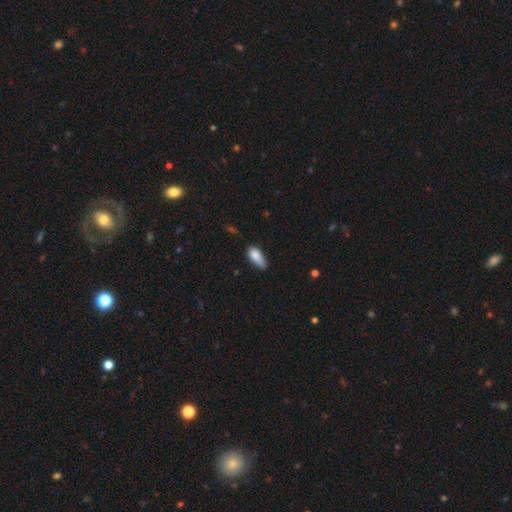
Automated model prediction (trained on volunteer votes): This appears to be a smooth galaxy with no disk features (83%) that is in between round and cigar-shaped (80%). Merging: none (47%).